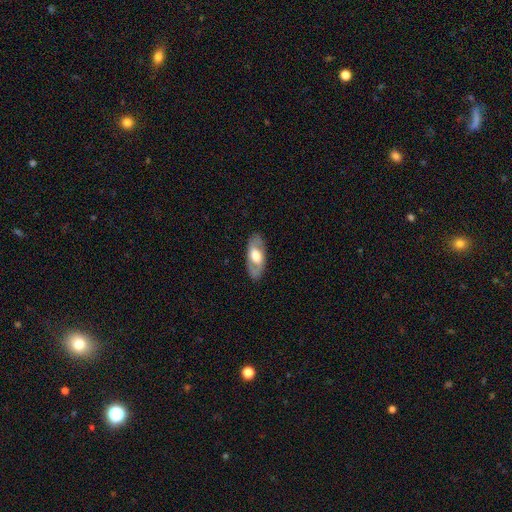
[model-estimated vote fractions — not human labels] Smooth or featured?
  - featured or disk: 54% *
  - smooth: 41%
  - star or artifact: 5%
Edge-on disk?
  - no: 80% *
  - yes: 20%
Merging?
  - none: 84% *
  - minor disturbance: 11%
  - major disturbance: 4%
  - merger: 1%